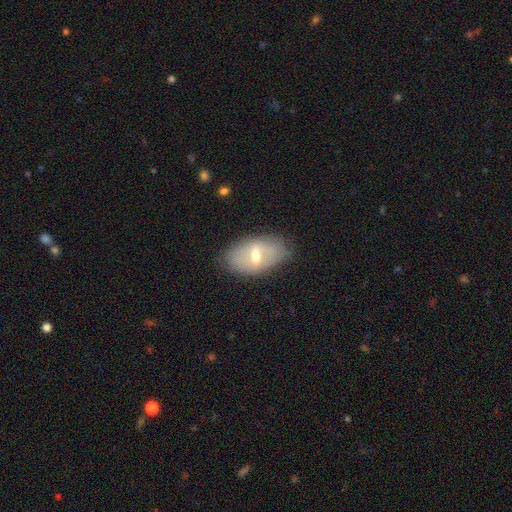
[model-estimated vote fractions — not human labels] The model was most divided on "smooth or featured": featured or disk: 50%, smooth: 41%, star or artifact: 8%. More confident: edge-on disk — no (82%); merging — none (77%).